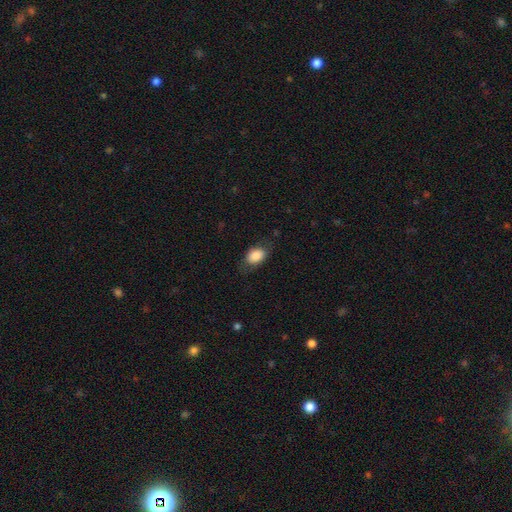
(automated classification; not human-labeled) A smooth galaxy with no disk features (85%) that is in between round and cigar-shaped (81%).

Vote fractions:
- Smooth or featured? smooth: 85% / featured or disk: 7% / star or artifact: 7%
- How rounded? in between: 81% / round: 18% / cigar-shaped: 1%
- Merging? none: 71% / minor disturbance: 20% / major disturbance: 7% / merger: 1%